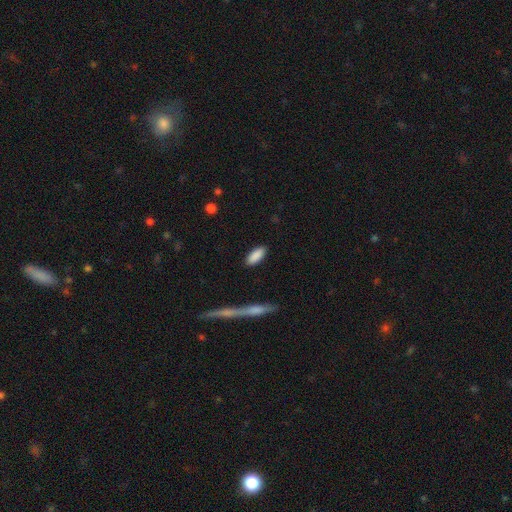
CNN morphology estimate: The model was most divided on "how rounded": in between: 81%, cigar-shaped: 17%, round: 2%. More confident: smooth or featured — smooth (88%); merging — none (87%).